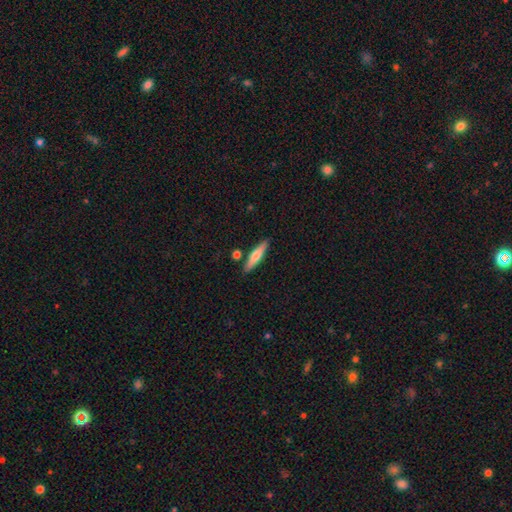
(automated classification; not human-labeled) A smooth galaxy with no disk features (61%) that is cigar-shaped (83%).

Vote fractions:
- Smooth or featured? smooth: 61% / featured or disk: 33% / star or artifact: 6%
- How rounded? cigar-shaped: 83% / in between: 15% / round: 2%
- Merging? none: 84% / minor disturbance: 9% / merger: 5% / major disturbance: 2%